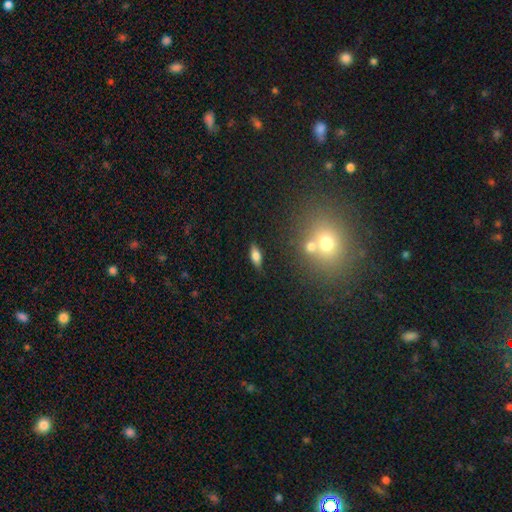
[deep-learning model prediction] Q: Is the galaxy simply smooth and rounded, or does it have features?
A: smooth — 61%.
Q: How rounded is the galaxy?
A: in between — 71%.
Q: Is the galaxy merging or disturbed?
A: none — 83%.